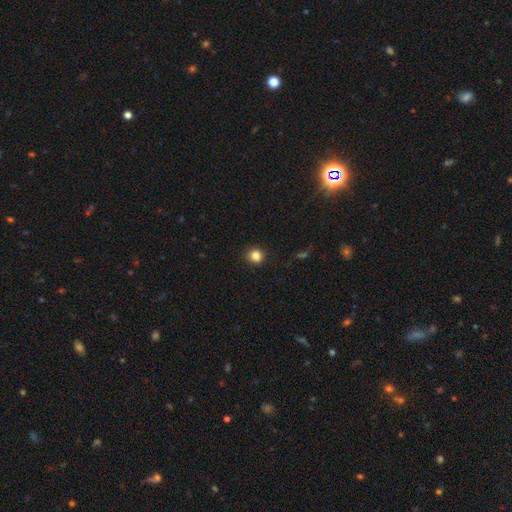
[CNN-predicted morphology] This appears to be a smooth galaxy with no disk features (85%) that is round (86%). Merging: none (89%).